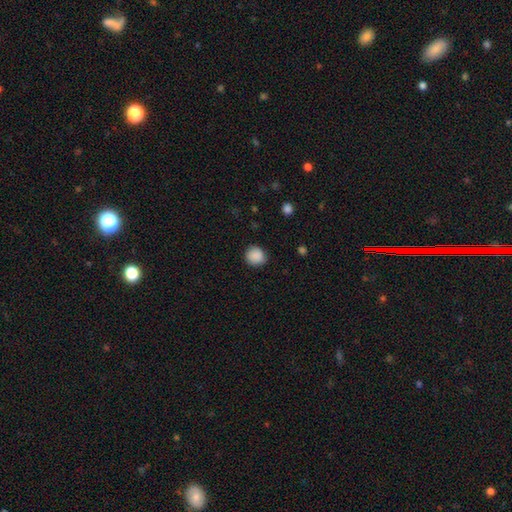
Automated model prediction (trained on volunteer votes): Overall: smooth (89%). How rounded: round (86%). Merging: none (84%).